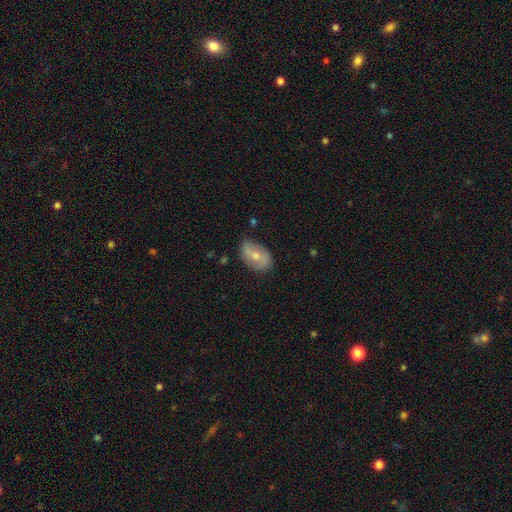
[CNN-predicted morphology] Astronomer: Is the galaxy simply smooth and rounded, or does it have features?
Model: featured or disk — 54% (runner-up: smooth, 39%).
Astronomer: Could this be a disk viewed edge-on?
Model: no — 94%.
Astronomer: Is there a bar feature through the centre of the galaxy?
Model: no — 44% (runner-up: weak, 37%).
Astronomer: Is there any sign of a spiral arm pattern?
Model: yes — 70%.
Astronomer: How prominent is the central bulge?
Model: moderate — 55% (runner-up: small, 40%).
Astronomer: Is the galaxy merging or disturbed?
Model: none — 72%.